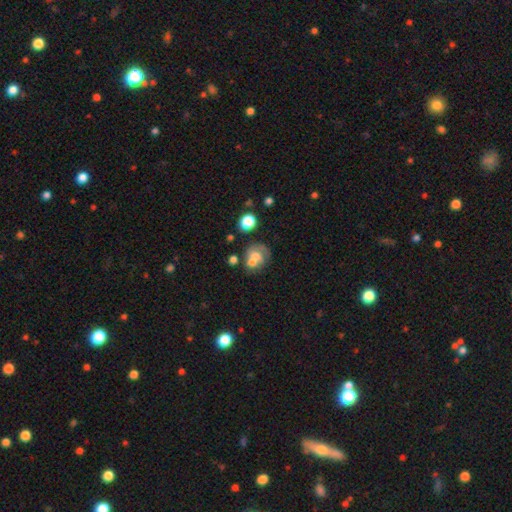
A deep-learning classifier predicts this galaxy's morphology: smooth-or-featured: smooth: 51% | featured or disk: 37% | star or artifact: 12%
  how-rounded: round: 62% | in between: 37% | cigar-shaped: 1%
  merging: merger: 42% | none: 31% | minor disturbance: 15% | major disturbance: 13%